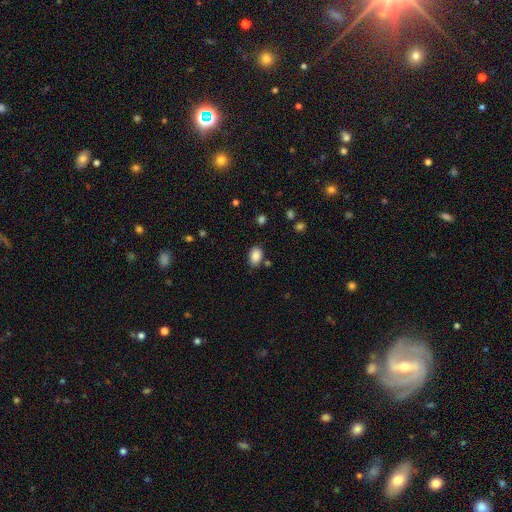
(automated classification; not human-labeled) smooth-or-featured: smooth: 87% | star or artifact: 8% | featured or disk: 5%
  how-rounded: in between: 83% | round: 15% | cigar-shaped: 1%
  merging: none: 80% | minor disturbance: 13% | merger: 4% | major disturbance: 3%